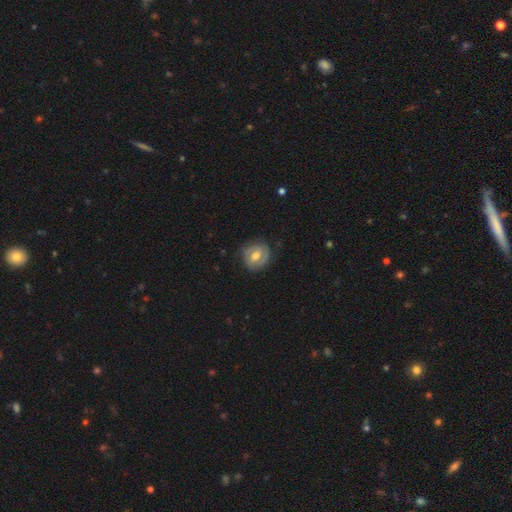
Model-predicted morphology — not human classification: type=featured or disk (61%); edge-on=no (96%); bar=weak (49%); spiral arms=yes (69%); bulge=moderate (76%); merging=none (77%).